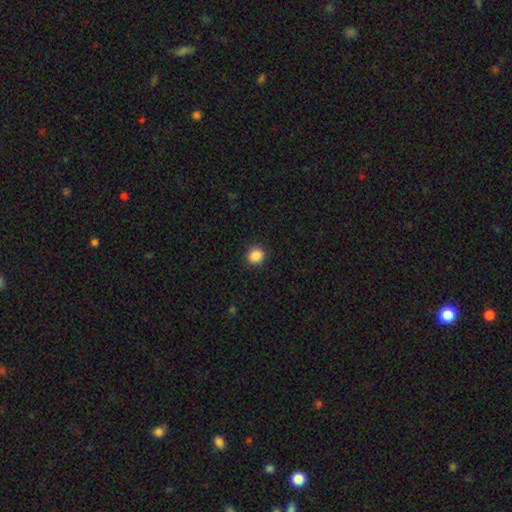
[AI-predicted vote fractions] This appears to be a smooth galaxy with no disk features (87%) that is round (86%). Merging: none (91%).